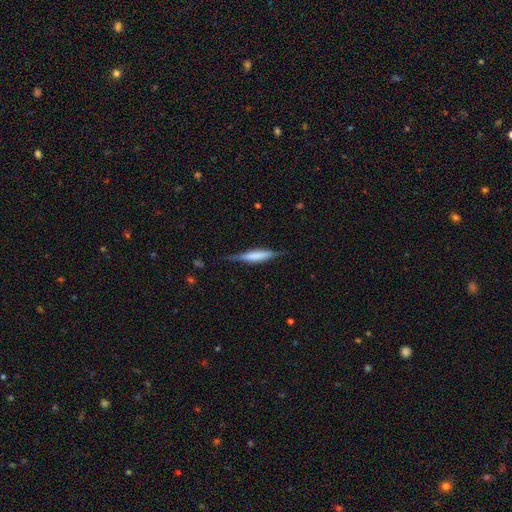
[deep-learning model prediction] smooth-or-featured: featured or disk: 52% | smooth: 42% | star or artifact: 6%
  disk-edge-on: yes: 95% | no: 5%
  merging: none: 80% | minor disturbance: 15% | major disturbance: 4% | merger: 1%